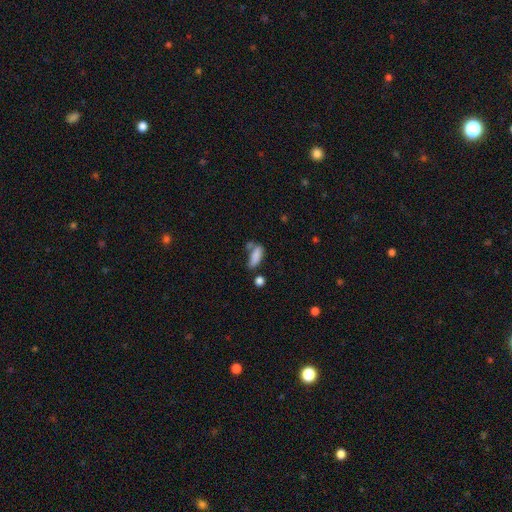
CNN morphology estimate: A smooth galaxy with no disk features (82%) that is in between round and cigar-shaped (73%). Merging: none (45%).